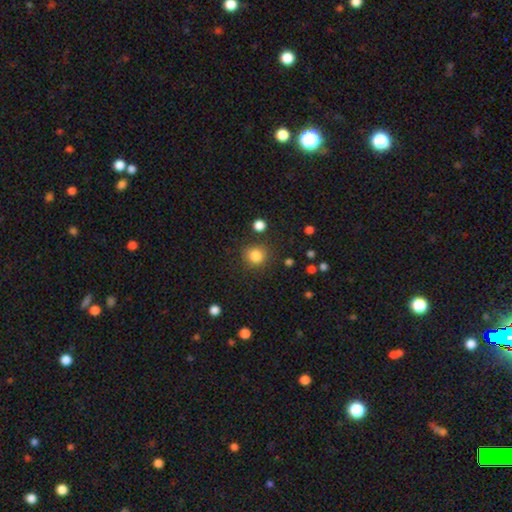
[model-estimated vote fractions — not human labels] Smooth or featured?
  - smooth: 84% *
  - star or artifact: 11%
  - featured or disk: 5%
How rounded?
  - round: 90% *
  - in between: 9%
  - cigar-shaped: 1%
Merging?
  - none: 85% *
  - minor disturbance: 9%
  - major disturbance: 3%
  - merger: 3%